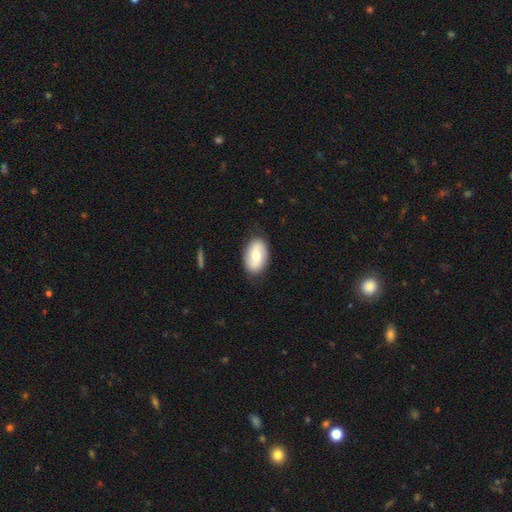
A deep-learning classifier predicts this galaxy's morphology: smooth-or-featured: smooth: 57% | featured or disk: 37% | star or artifact: 6%
  how-rounded: in between: 90% | round: 8% | cigar-shaped: 1%
  merging: none: 84% | minor disturbance: 12% | major disturbance: 3% | merger: 1%